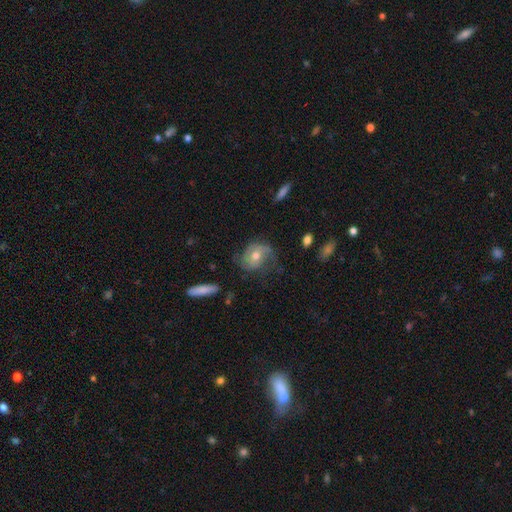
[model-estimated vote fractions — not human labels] Smooth or featured? Predicted: featured or disk (p=0.61). Edge-on disk? Predicted: no (p=0.95). Bar? Predicted: no (p=0.68). Spiral arms? Predicted: yes (p=0.83). Bulge size? Predicted: moderate (p=0.69). Merging? Predicted: none (p=0.54).